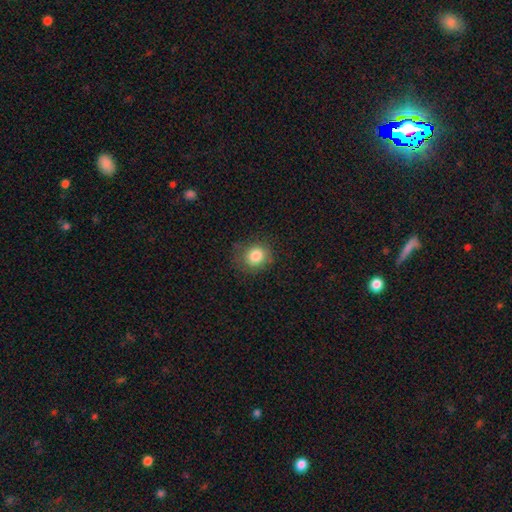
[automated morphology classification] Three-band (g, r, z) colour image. It shows a smooth galaxy with no disk features (83%) that is round (74%). Merging: none (77%).